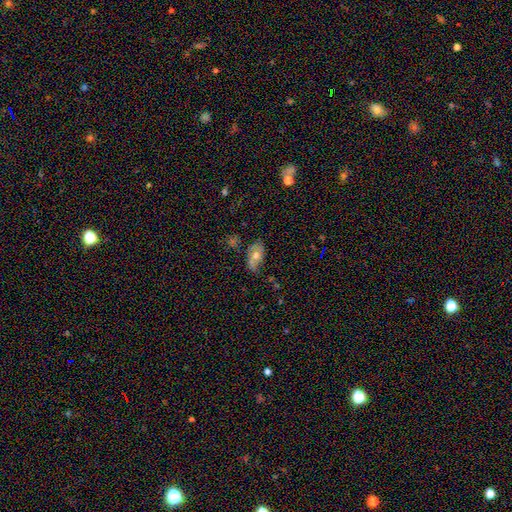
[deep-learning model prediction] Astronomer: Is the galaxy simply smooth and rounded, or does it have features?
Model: smooth — 54% (runner-up: featured or disk, 37%).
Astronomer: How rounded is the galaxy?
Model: in between — 87%.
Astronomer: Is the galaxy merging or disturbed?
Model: none — 57%.